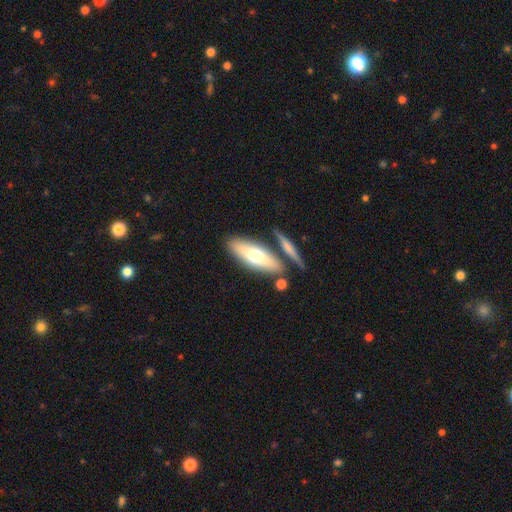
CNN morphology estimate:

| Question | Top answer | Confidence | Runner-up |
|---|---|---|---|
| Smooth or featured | smooth | 59% | featured or disk (35%) |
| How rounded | in between | 58% | cigar-shaped (39%) |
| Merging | none | 73% | merger (13%) |